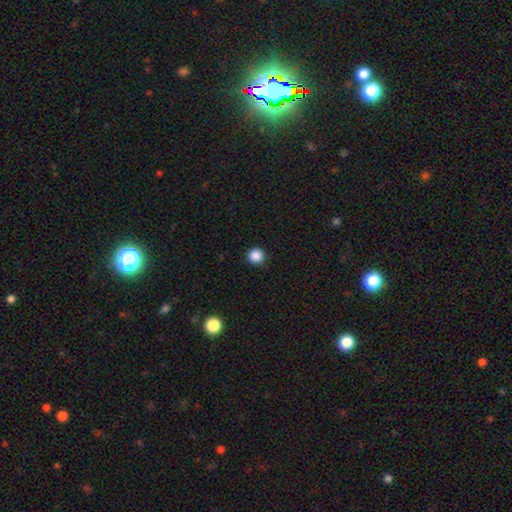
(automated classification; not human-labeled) A smooth galaxy with no disk features (87%) that is round (96%). Merging: none (92%).